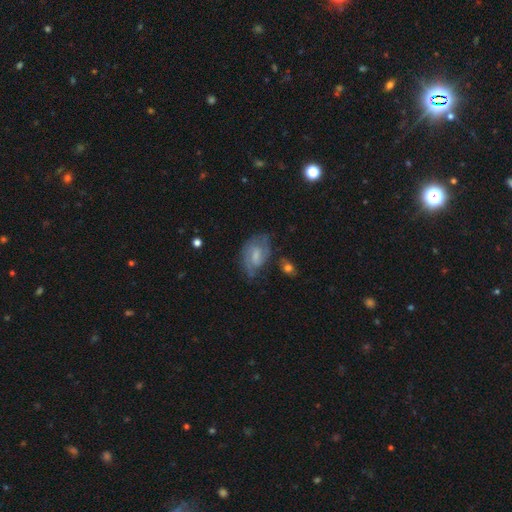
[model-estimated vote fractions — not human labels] Smooth or featured?
  - featured or disk: 57% *
  - smooth: 35%
  - star or artifact: 8%
Edge-on disk?
  - no: 96% *
  - yes: 4%
Bar?
  - weak: 52% *
  - no: 38%
  - strong: 10%
Spiral arms?
  - yes: 79% *
  - no: 21%
Bulge size?
  - small: 36% *
  - moderate: 34%
  - none: 23%
  - large: 6%
  - dominant: 1%
Merging?
  - none: 54% *
  - minor disturbance: 28%
  - major disturbance: 15%
  - merger: 3%